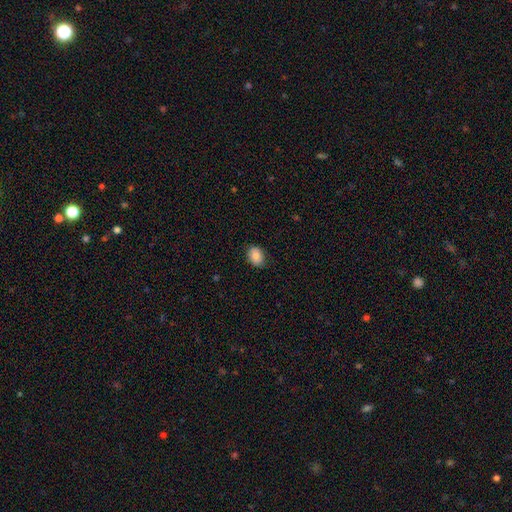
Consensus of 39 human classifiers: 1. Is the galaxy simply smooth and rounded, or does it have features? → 90% smooth, 8% featured or disk, 3% star or artifact.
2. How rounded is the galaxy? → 71% in between, 29% round, 0% cigar-shaped.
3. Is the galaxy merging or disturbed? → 89% none, 8% minor disturbance, 3% major disturbance, 0% merger.